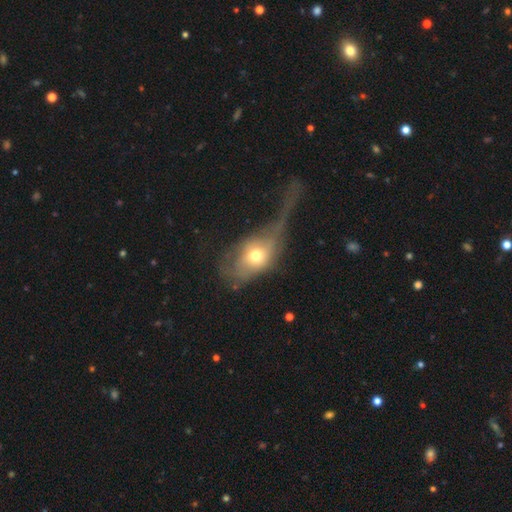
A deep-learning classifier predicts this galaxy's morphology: Smooth or featured? smooth (57%)
How rounded? in between (74%)
Merging? major disturbance (57%)